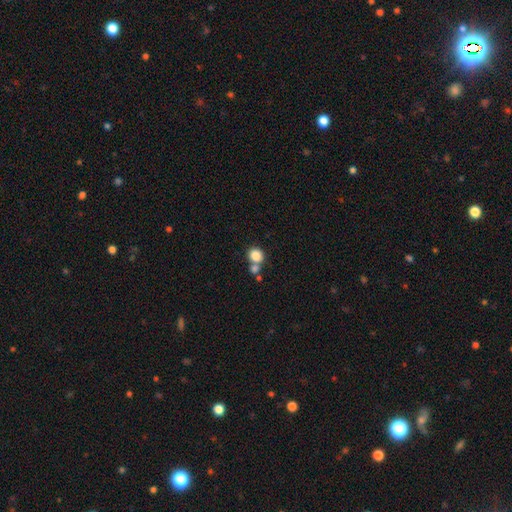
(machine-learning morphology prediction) Smooth or featured? smooth (84%)
How rounded? round (81%)
Merging? none (48%)